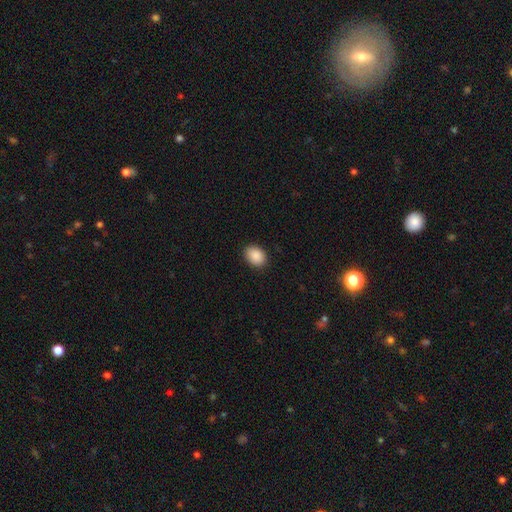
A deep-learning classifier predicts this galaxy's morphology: The model was most divided on "how rounded": in between: 63%, round: 36%, cigar-shaped: 1%. More confident: merging — none (90%); smooth or featured — smooth (89%).